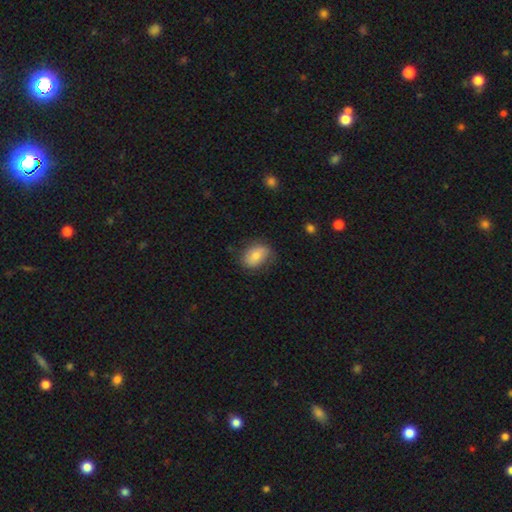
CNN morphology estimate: A smooth galaxy with no disk features (77%) that is in between round and cigar-shaped (84%). Merging: none (73%).